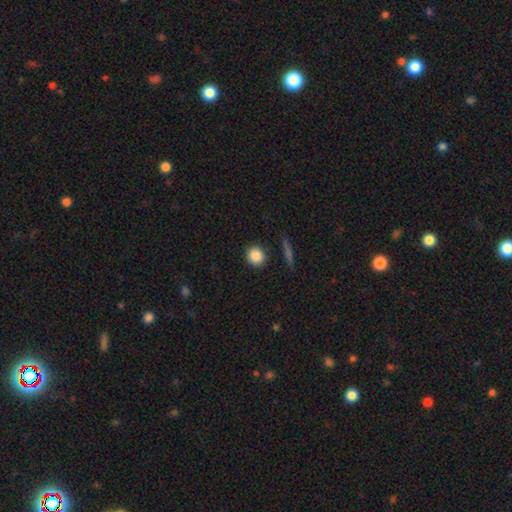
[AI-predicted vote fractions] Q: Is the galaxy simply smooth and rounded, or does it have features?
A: smooth — 87%.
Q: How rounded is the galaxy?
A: round — 88%.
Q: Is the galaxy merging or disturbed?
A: none — 90%.